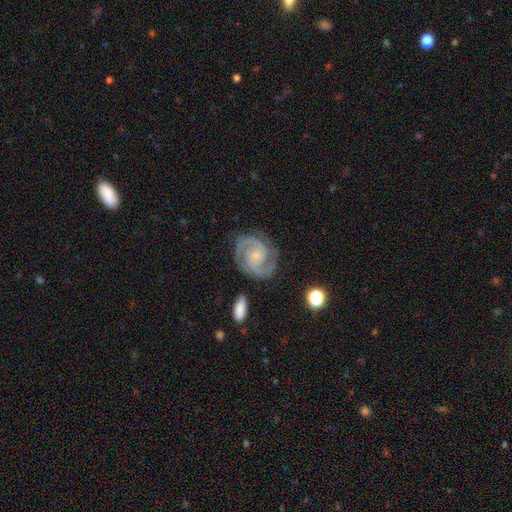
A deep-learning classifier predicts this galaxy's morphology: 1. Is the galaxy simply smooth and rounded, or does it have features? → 91% featured or disk, 5% star or artifact, 4% smooth.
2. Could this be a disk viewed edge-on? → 98% no, 2% yes.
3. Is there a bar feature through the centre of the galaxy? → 62% no, 29% weak, 9% strong.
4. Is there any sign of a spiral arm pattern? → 98% yes, 2% no.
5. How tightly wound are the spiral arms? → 51% tight, 43% medium, 6% loose.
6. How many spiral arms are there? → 87% 2, 6% 3, 3% can't tell, 1% 4, 1% 1, 1% more than 4.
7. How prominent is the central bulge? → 71% small, 18% moderate, 8% none, 2% large, 1% dominant.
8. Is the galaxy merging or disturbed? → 80% none, 13% minor disturbance, 5% major disturbance, 2% merger.